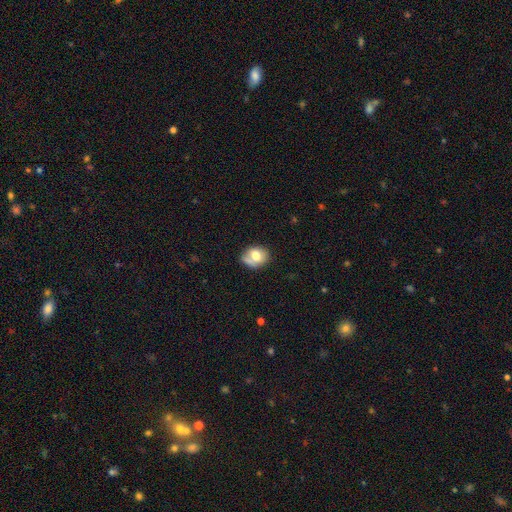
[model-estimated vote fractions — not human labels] A smooth galaxy with no disk features (70%) that is round (51%). Merging: none (51%).